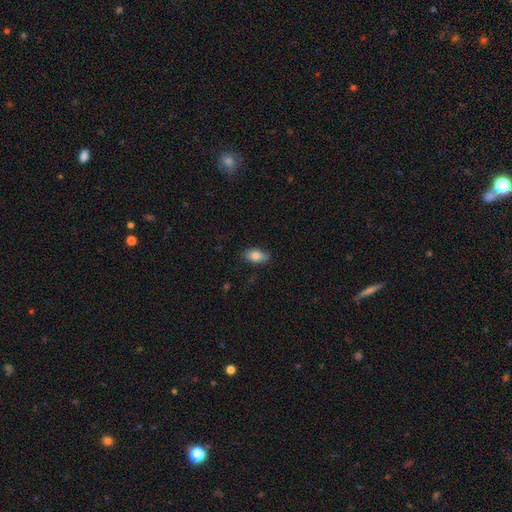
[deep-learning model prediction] This is clearly a smooth galaxy (82%). How rounded: clearly in between (92%). Merging: clearly none (81%).